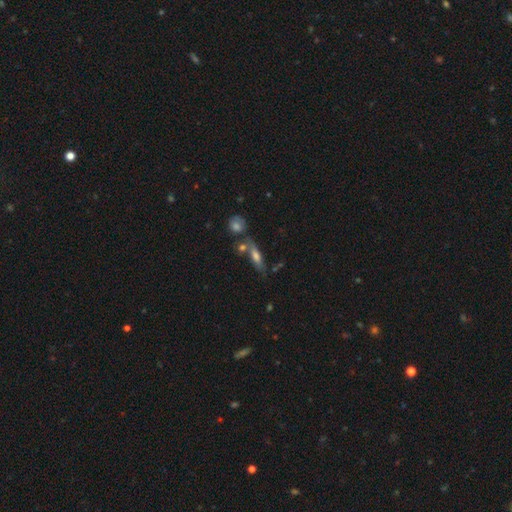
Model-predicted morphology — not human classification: smooth_or_featured: smooth (p=0.51) [alt: featured or disk p=0.40]
how_rounded: cigar-shaped (p=0.65) [alt: in between p=0.31]
merging: none (p=0.62) [alt: merger p=0.18]